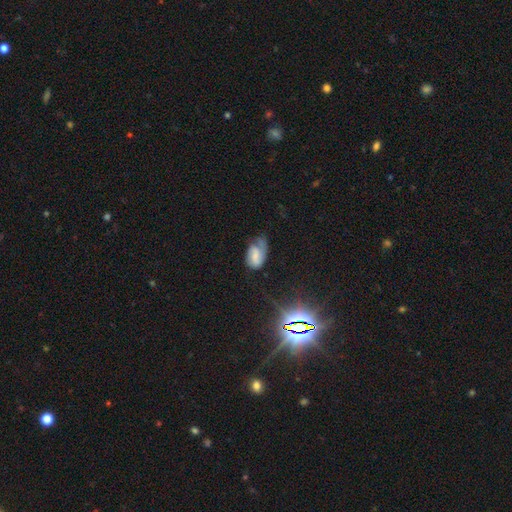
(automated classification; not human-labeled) A smooth galaxy with no disk features (45%).

Vote fractions:
- Smooth or featured? smooth: 45% / featured or disk: 43% / star or artifact: 12%
- Merging? minor disturbance: 36% / none: 34% / major disturbance: 27% / merger: 3%